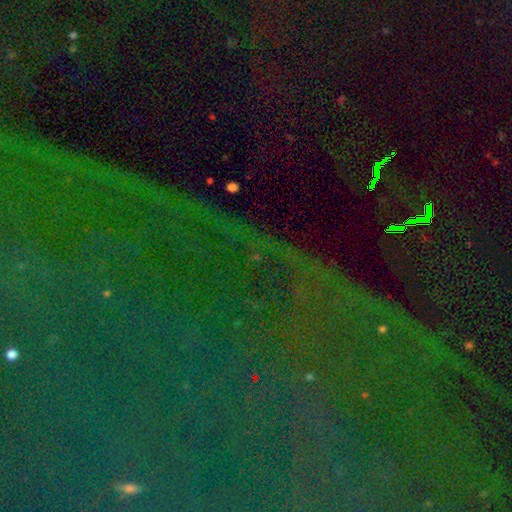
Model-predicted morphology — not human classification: star or artifact 84%, featured or disk 8%, smooth 8%.